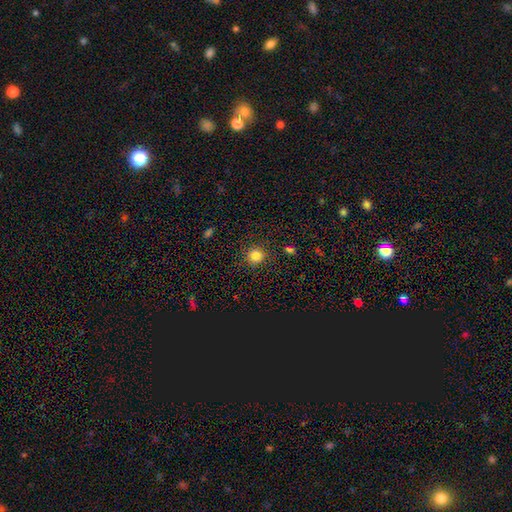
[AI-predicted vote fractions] A smooth galaxy with no disk features (82%) that is round (92%).

Vote fractions:
- Smooth or featured? smooth: 82% / star or artifact: 13% / featured or disk: 5%
- How rounded? round: 92% / in between: 7% / cigar-shaped: 1%
- Merging? none: 89% / minor disturbance: 7% / major disturbance: 3% / merger: 1%